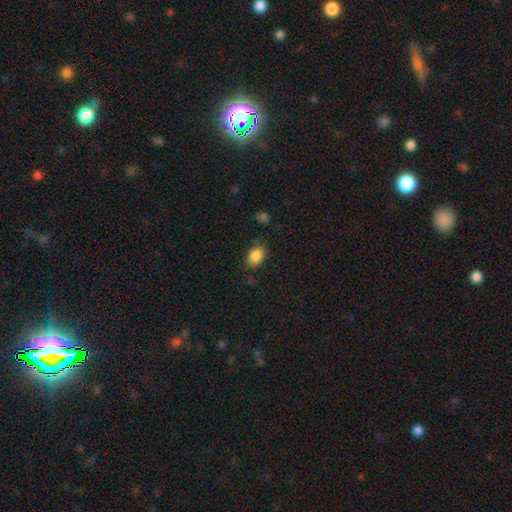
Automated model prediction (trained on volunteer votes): smooth 87%, star or artifact 8%, featured or disk 5%. Down the decision tree: how rounded — in between (81%); merging — none (81%).